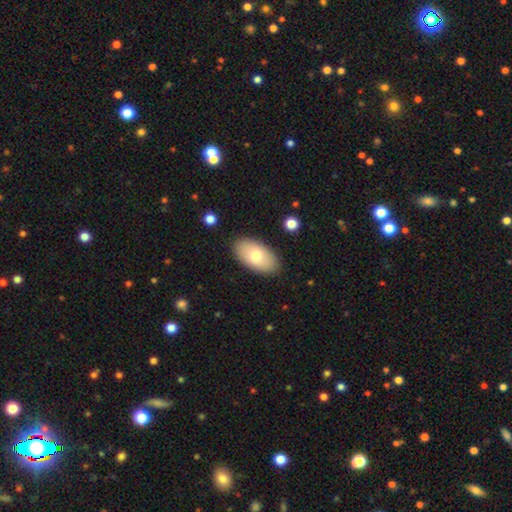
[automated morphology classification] A smooth galaxy with no disk features (74%) that is in between round and cigar-shaped (95%).

Vote fractions:
- Smooth or featured? smooth: 74% / featured or disk: 21% / star or artifact: 6%
- How rounded? in between: 95% / round: 3% / cigar-shaped: 2%
- Merging? none: 88% / minor disturbance: 9% / major disturbance: 2% / merger: 1%